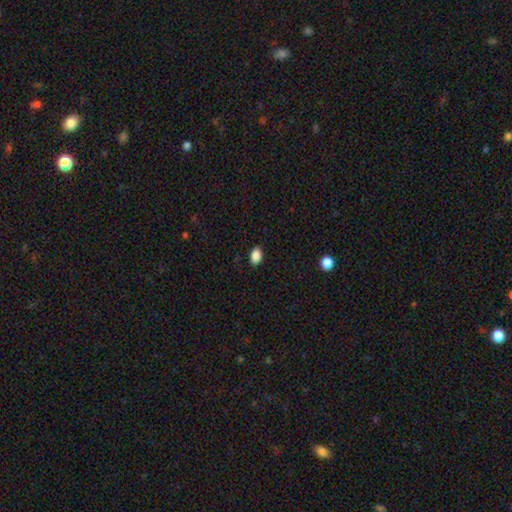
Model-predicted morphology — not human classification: Smooth or featured? Predicted: smooth (p=0.88). How rounded? Predicted: in between (p=0.87). Merging? Predicted: none (p=0.88).